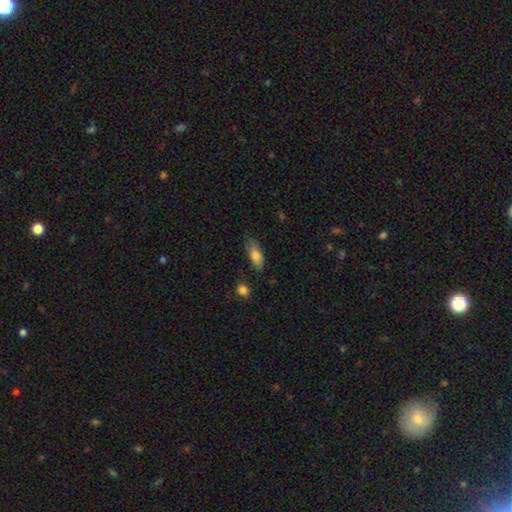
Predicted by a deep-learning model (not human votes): This appears to be a smooth galaxy with no disk features (80%) that is in between round and cigar-shaped (80%). Merging: none (60%).